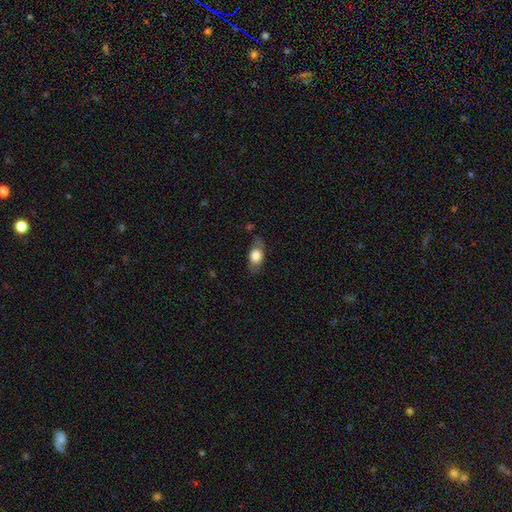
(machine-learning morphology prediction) Smooth or featured? Predicted: smooth (p=0.67). How rounded? Predicted: in between (p=0.83). Merging? Predicted: none (p=0.70).